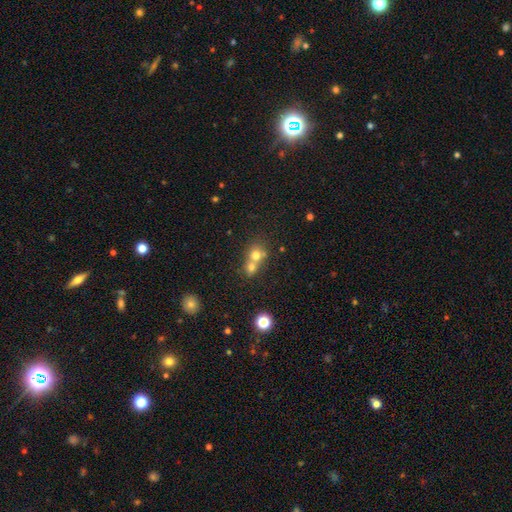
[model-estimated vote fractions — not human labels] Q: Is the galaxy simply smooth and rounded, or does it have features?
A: smooth — 69%.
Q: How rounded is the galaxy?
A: round — 76%.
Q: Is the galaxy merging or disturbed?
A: merger — 63%.